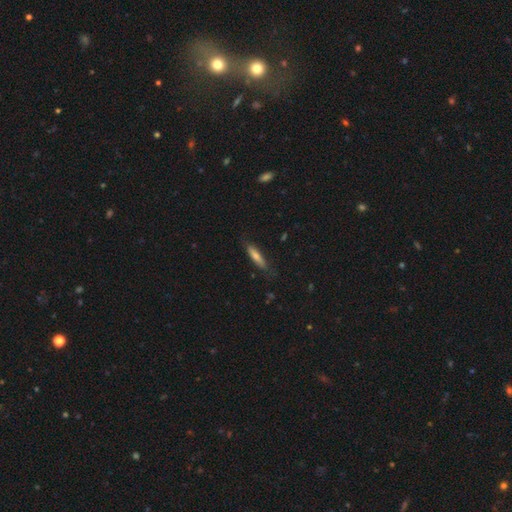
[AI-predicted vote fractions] smooth-or-featured: smooth: 65% | featured or disk: 28% | star or artifact: 7%
  how-rounded: cigar-shaped: 82% | in between: 17% | round: 2%
  merging: none: 79% | minor disturbance: 16% | major disturbance: 3% | merger: 1%